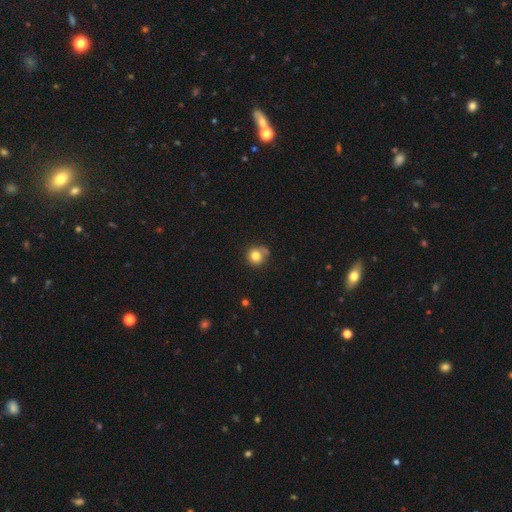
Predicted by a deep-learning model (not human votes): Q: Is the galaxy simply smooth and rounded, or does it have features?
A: smooth — 81%.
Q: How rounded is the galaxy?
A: round — 90%.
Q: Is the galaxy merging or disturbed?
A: none — 66%.